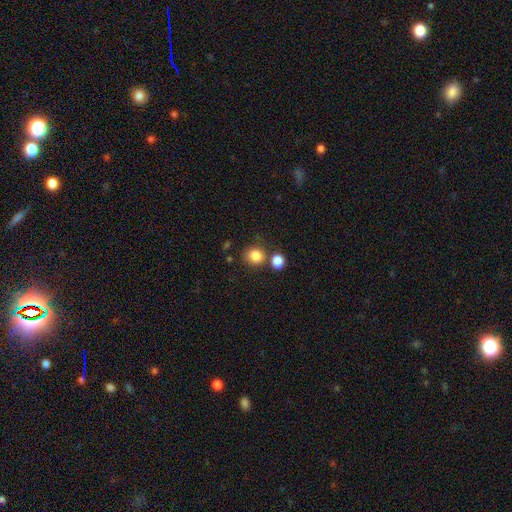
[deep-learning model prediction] smooth_or_featured: smooth (p=0.83) [alt: star or artifact p=0.11]
how_rounded: round (p=0.79) [alt: in between p=0.20]
merging: none (p=0.70) [alt: merger p=0.16]